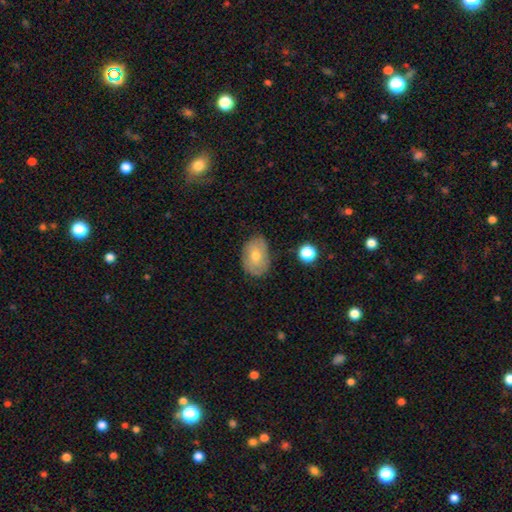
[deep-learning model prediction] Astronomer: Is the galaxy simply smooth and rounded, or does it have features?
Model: smooth — 61%.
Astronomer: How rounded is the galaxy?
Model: in between — 78%.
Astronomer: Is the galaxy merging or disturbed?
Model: none — 74%.